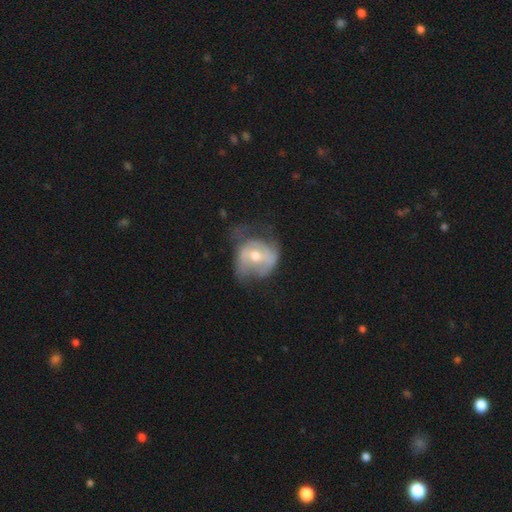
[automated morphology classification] This is likely a featured or disk galaxy (65%). It is clearly not viewed edge-on (96%). Bar: possibly no (50%). Spiral arm pattern: likely yes (66%). Central bulge: possibly moderate (58%). Merging: marginally none (41%).